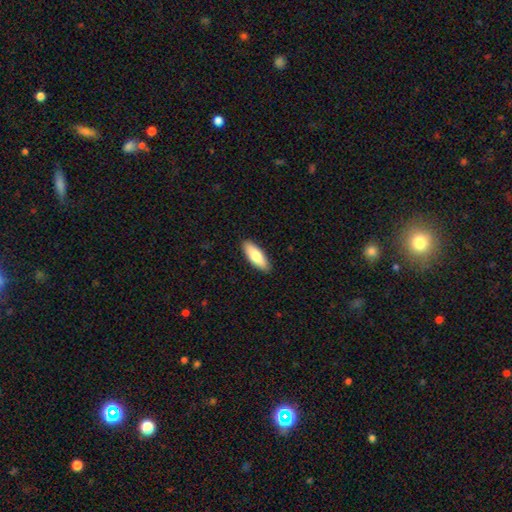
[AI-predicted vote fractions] Smooth or featured? Predicted: smooth (p=0.78). How rounded? Predicted: in between (p=0.64). Merging? Predicted: none (p=0.90).